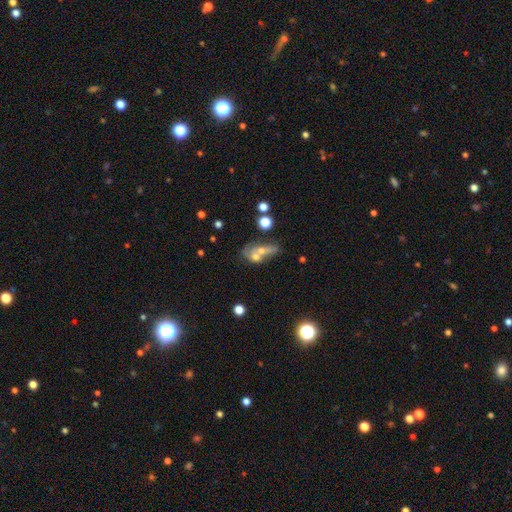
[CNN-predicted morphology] A smooth galaxy with no disk features (41%).

Vote fractions:
- Smooth or featured? smooth: 41% / featured or disk: 36% / star or artifact: 23%
- Merging? merger: 39% / none: 34% / minor disturbance: 14% / major disturbance: 13%